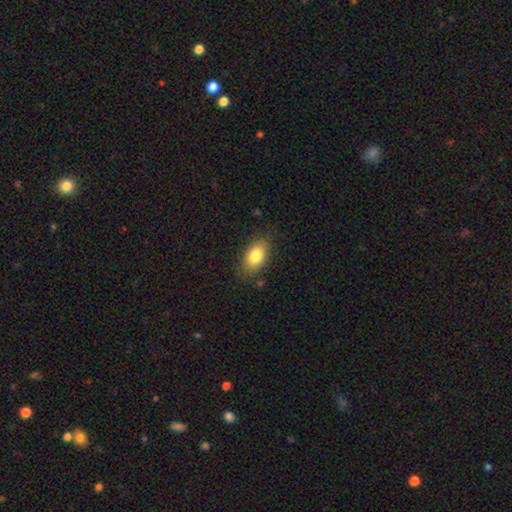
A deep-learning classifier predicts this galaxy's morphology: type=smooth (80%); roundness=in between (89%); merging=none (81%).